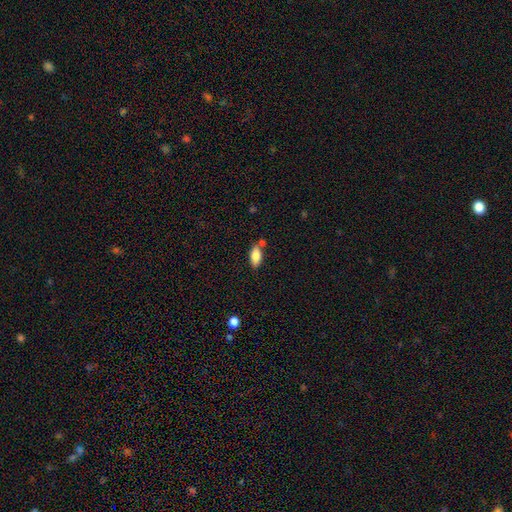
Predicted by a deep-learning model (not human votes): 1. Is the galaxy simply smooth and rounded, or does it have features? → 80% smooth, 12% featured or disk, 7% star or artifact.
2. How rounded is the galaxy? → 87% in between, 10% cigar-shaped, 3% round.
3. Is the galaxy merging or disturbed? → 69% none, 16% minor disturbance, 12% merger, 3% major disturbance.